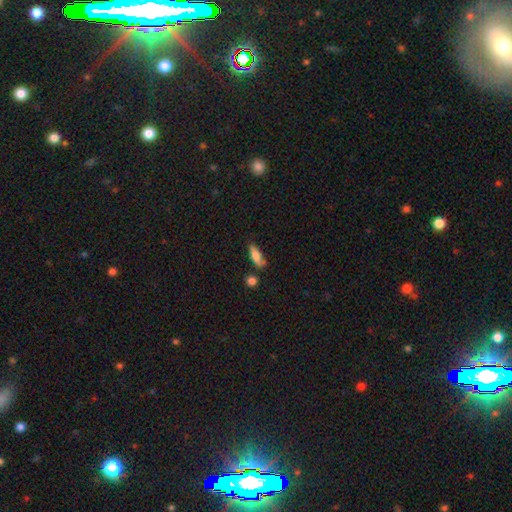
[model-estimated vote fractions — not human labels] Smooth or featured: smooth — 76% (featured or disk — 17%)
How rounded: in between — 60% (cigar-shaped — 37%)
Merging: none — 59% (minor disturbance — 26%)